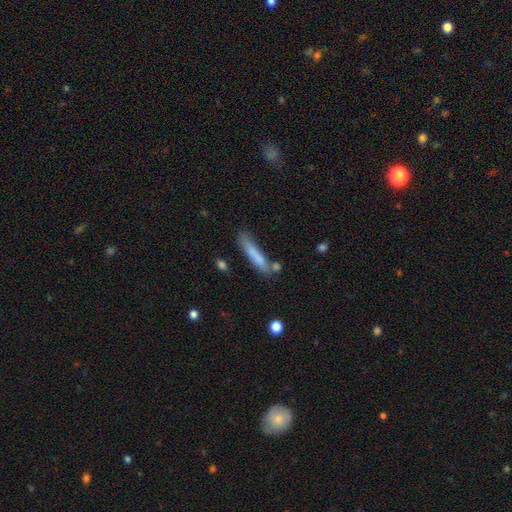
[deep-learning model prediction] Q: Smooth or featured?
A: smooth (75%); runner-up: featured or disk (18%)
Q: How rounded?
A: cigar-shaped (89%); runner-up: in between (10%)
Q: Merging?
A: none (66%); runner-up: minor disturbance (19%)